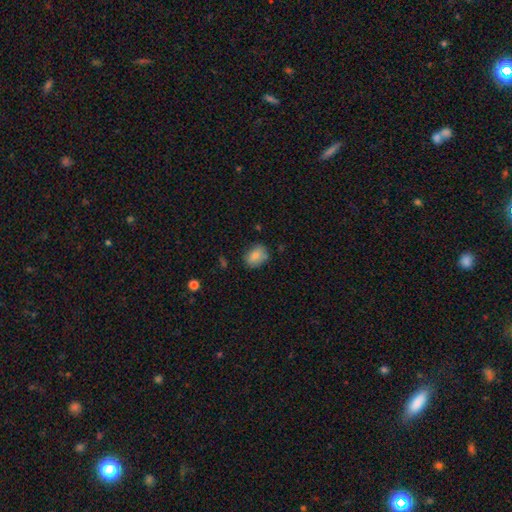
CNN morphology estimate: smooth_or_featured: smooth (p=0.81) [alt: featured or disk p=0.10]
how_rounded: in between (p=0.69) [alt: round p=0.30]
merging: none (p=0.77) [alt: minor disturbance p=0.17]